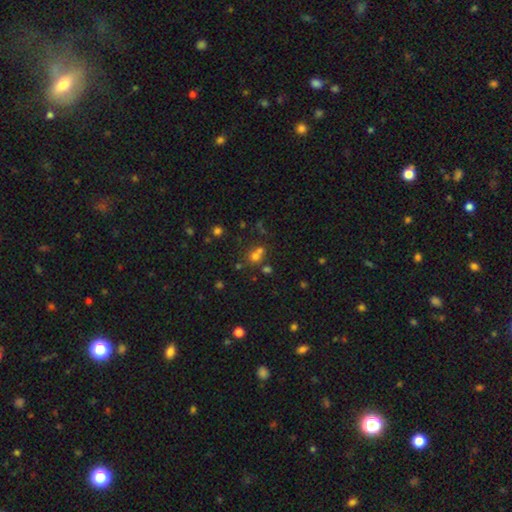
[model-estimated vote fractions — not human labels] Smooth or featured: smooth — 60% (star or artifact — 26%)
How rounded: round — 80% (in between — 19%)
Merging: merger — 44% (tied with none — 44%)